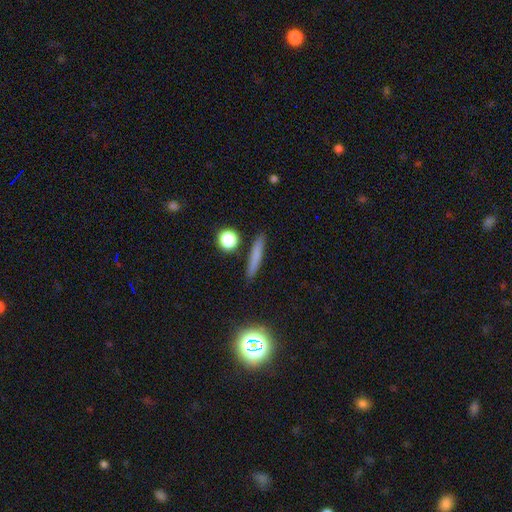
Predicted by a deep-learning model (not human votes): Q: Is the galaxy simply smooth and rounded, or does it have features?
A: smooth — 69%.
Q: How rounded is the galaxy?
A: cigar-shaped — 90%.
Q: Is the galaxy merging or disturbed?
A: none — 88%.